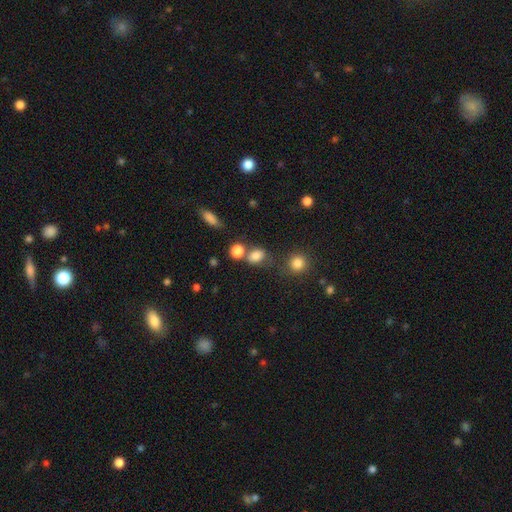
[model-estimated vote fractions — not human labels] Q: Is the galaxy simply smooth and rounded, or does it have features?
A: smooth — 80%.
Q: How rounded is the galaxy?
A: in between — 61%.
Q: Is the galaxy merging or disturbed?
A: none — 52%.